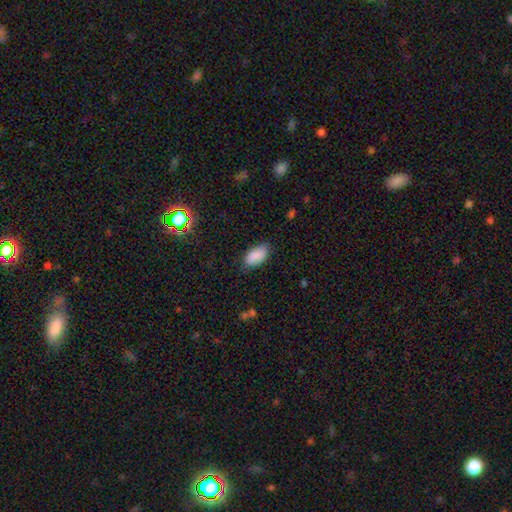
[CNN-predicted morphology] smooth 87%, star or artifact 8%, featured or disk 5%. Down the decision tree: how rounded — in between (94%); merging — none (78%).